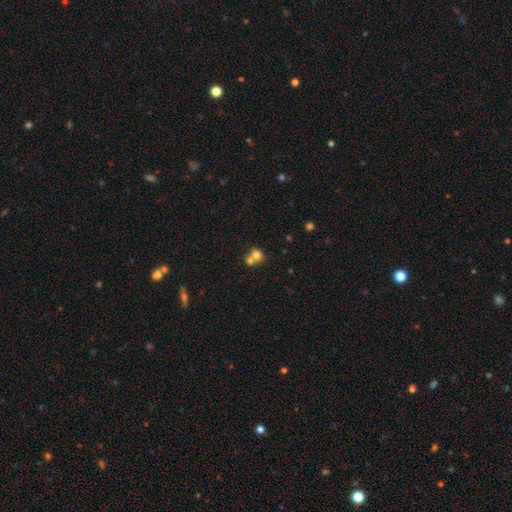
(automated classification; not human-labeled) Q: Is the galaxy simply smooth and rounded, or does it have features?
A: smooth — 72%.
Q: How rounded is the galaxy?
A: round — 73%.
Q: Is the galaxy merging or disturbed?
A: merger — 61%.